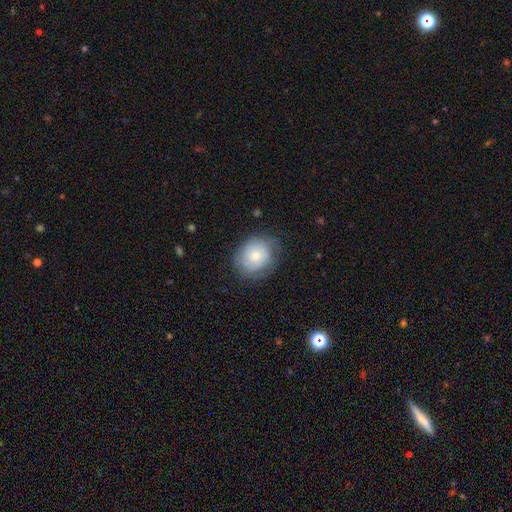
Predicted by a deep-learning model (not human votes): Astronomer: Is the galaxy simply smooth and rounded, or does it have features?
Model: smooth — 71%.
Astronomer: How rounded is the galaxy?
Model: round — 65%.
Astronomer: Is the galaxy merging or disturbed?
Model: none — 68%.